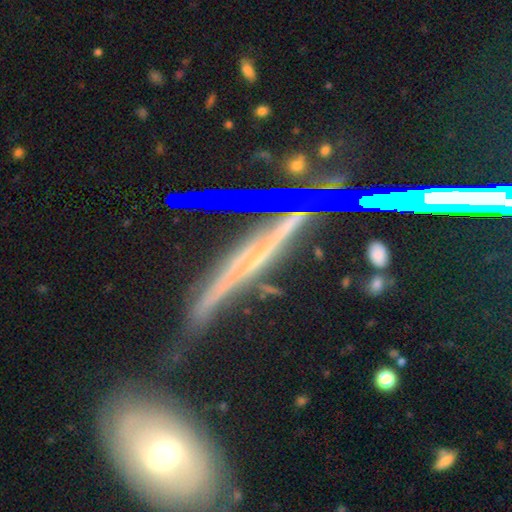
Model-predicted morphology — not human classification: Overall: featured or disk (53%; star or artifact 31%). Edge-on disk: yes (83%). Merging: none (78%).